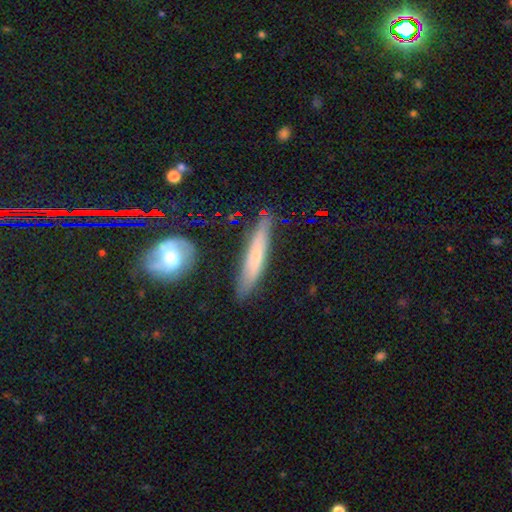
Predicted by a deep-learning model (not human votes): A smooth galaxy with no disk features (50%).

Vote fractions:
- Smooth or featured? smooth: 50% / featured or disk: 43% / star or artifact: 7%
- Merging? none: 82% / minor disturbance: 13% / merger: 3% / major disturbance: 3%